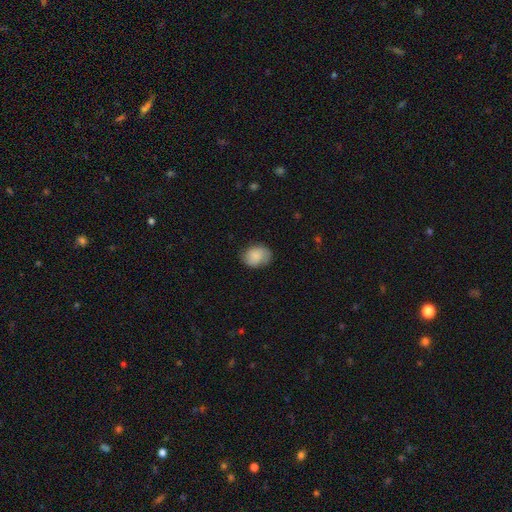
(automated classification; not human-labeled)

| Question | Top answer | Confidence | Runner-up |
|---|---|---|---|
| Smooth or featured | smooth | 79% | featured or disk (14%) |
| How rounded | in between | 61% | round (38%) |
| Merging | none | 72% | minor disturbance (22%) |